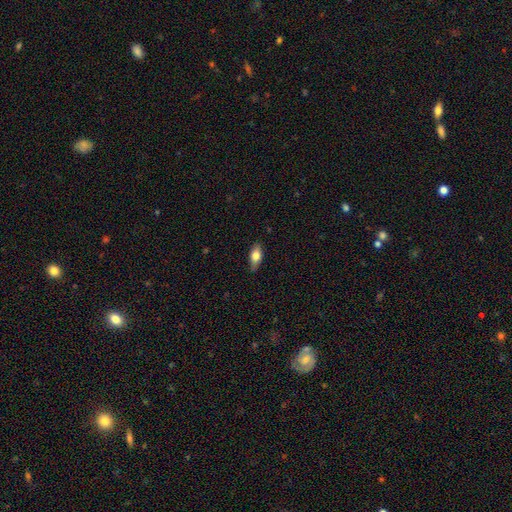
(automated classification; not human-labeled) Smooth or featured: smooth — 71% (featured or disk — 22%)
How rounded: in between — 83% (cigar-shaped — 13%)
Merging: none — 79% (minor disturbance — 17%)